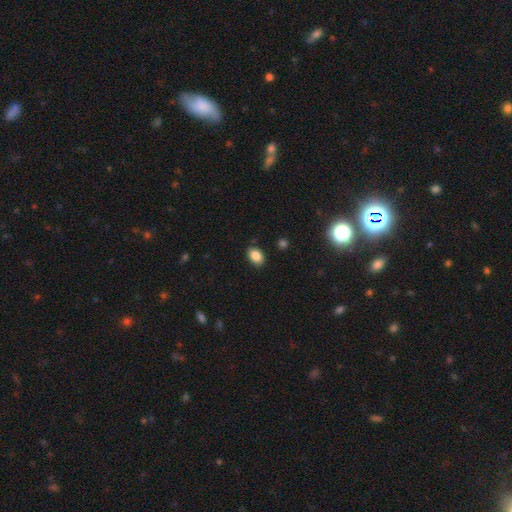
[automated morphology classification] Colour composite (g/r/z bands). It shows a smooth galaxy with no disk features (86%) that is in between round and cigar-shaped (79%). Merging: none (86%).